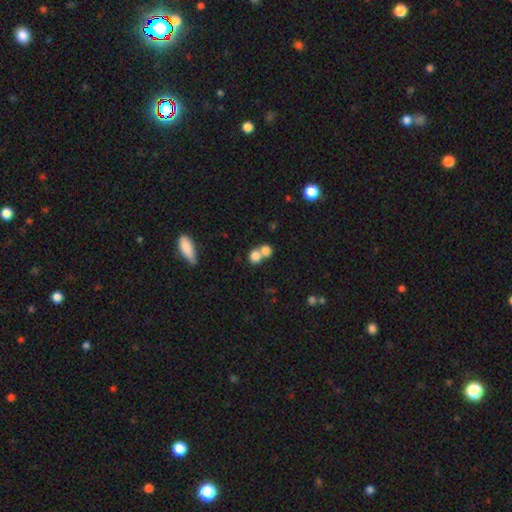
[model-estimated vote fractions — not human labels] The model was most divided on "merging": merger: 59%, none: 32%, minor disturbance: 6%, major disturbance: 3%. More confident: smooth or featured — smooth (79%); how rounded — round (74%).